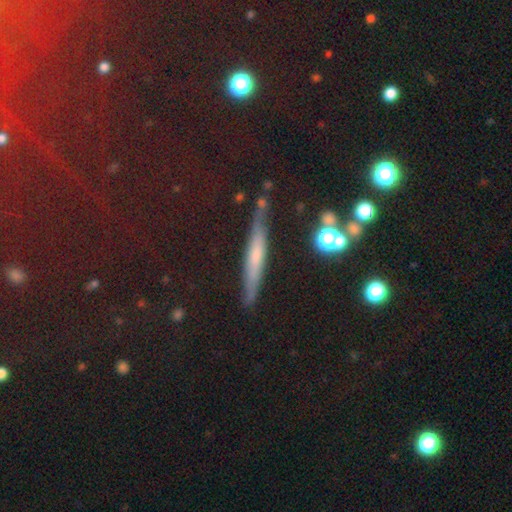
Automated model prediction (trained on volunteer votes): This appears to be a smooth galaxy with no disk features (47%). Merging: none (77%).